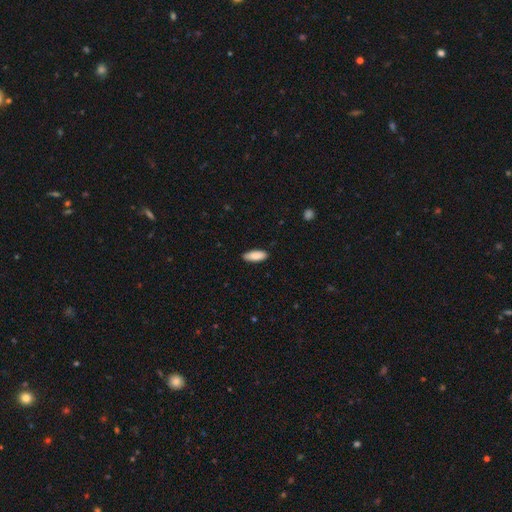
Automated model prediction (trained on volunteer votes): A smooth galaxy with no disk features (89%) that is in between round and cigar-shaped (77%). Merging: none (86%).